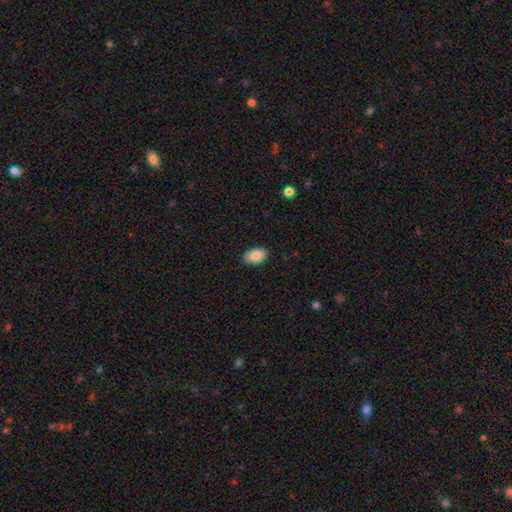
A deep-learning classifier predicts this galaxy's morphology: smooth_or_featured: smooth (p=0.88) [alt: star or artifact p=0.07]
how_rounded: in between (p=0.93) [alt: round p=0.06]
merging: none (p=0.89) [alt: minor disturbance p=0.08]